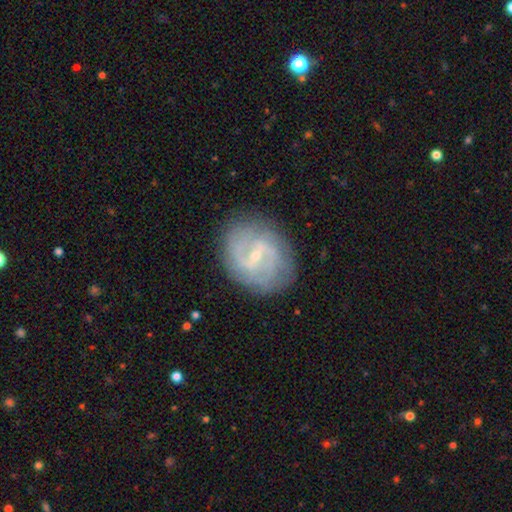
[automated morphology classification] Overall: featured or disk (81%). Edge-on disk: no (97%). Bar: weak (57%; strong 23%). Spiral arms: yes (89%). Spiral arm count: 2 (65%). Spiral winding: medium (44%; tight 31%). Bulge size: small (76%). Merging: none (80%).